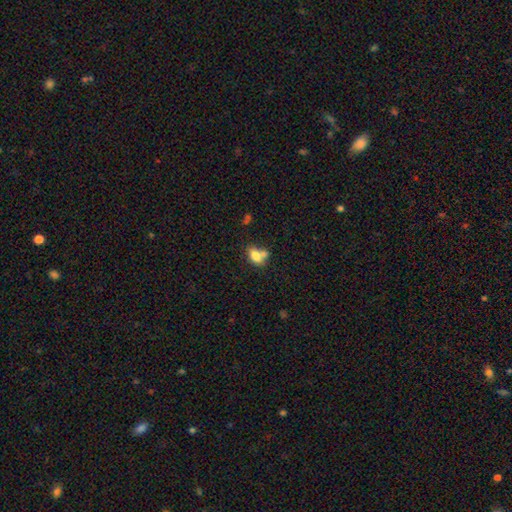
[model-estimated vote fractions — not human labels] smooth_or_featured: smooth (p=0.76) [alt: featured or disk p=0.14]
how_rounded: in between (p=0.79) [alt: round p=0.18]
merging: none (p=0.42) [alt: merger p=0.35]